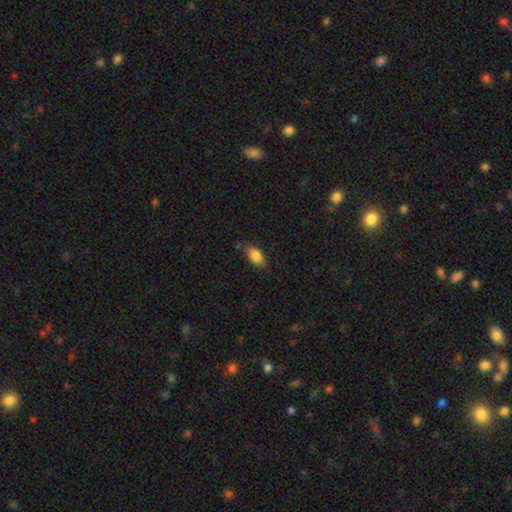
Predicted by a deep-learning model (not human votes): Smooth or featured?
  - smooth: 83% *
  - featured or disk: 9%
  - star or artifact: 7%
How rounded?
  - in between: 88% *
  - cigar-shaped: 8%
  - round: 3%
Merging?
  - none: 72% *
  - minor disturbance: 22%
  - major disturbance: 4%
  - merger: 2%